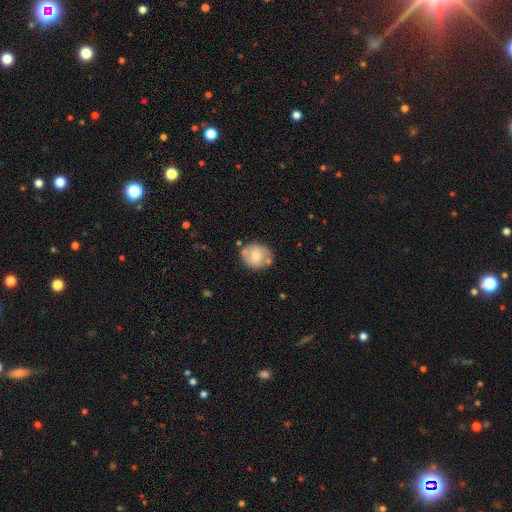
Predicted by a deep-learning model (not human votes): This appears to be a smooth galaxy with no disk features (64%) that is round (81%). Merging: none (73%).